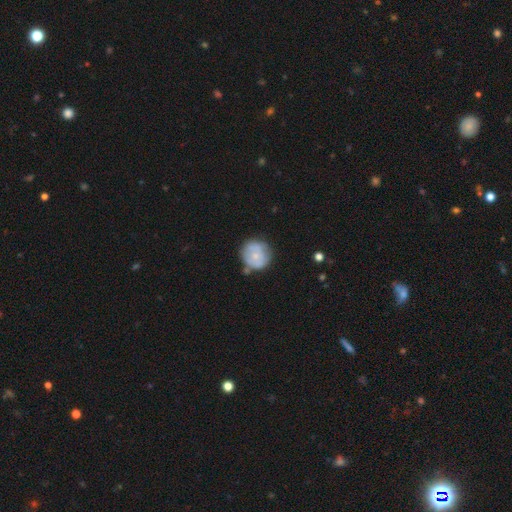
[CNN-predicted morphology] smooth_or_featured: smooth (p=0.51) [alt: featured or disk p=0.43]
how_rounded: round (p=0.87) [alt: in between p=0.12]
merging: none (p=0.60) [alt: minor disturbance p=0.25]